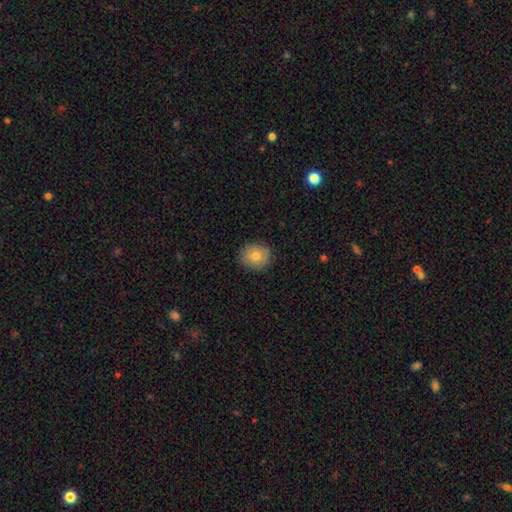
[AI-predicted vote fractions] A smooth galaxy with no disk features (78%) that is round (68%).

Vote fractions:
- Smooth or featured? smooth: 78% / featured or disk: 13% / star or artifact: 9%
- How rounded? round: 68% / in between: 31% / cigar-shaped: 1%
- Merging? none: 88% / minor disturbance: 9% / major disturbance: 2% / merger: 1%